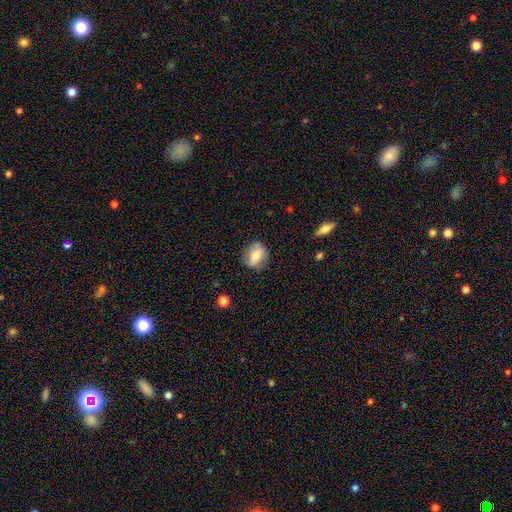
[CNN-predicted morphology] smooth-or-featured: smooth: 69% | featured or disk: 23% | star or artifact: 8%
  how-rounded: round: 53% | in between: 45% | cigar-shaped: 2%
  merging: none: 74% | minor disturbance: 19% | major disturbance: 5% | merger: 1%